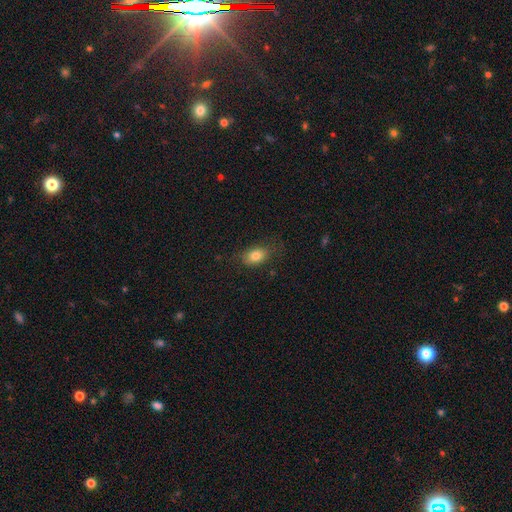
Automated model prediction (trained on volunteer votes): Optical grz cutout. It shows a smooth galaxy with no disk features (81%) that is in between round and cigar-shaped (84%). Merging: none (76%).